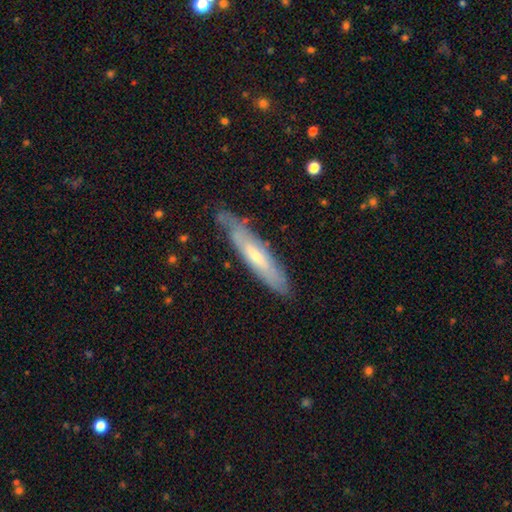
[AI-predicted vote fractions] A featured or disk galaxy (51%) viewed edge-on (63%). Merging: none (76%).